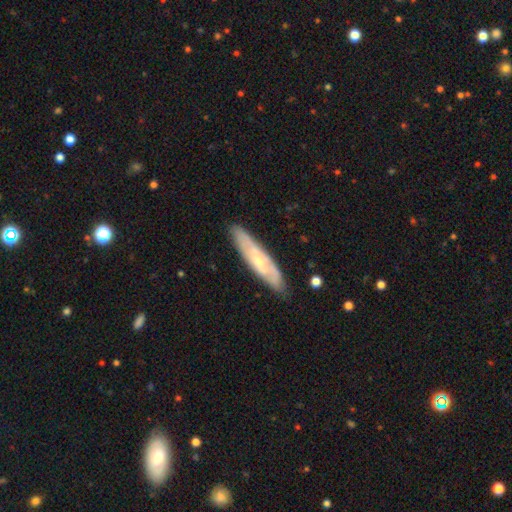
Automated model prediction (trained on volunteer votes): A featured or disk galaxy (53%) viewed edge-on (57%). Merging: none (86%).